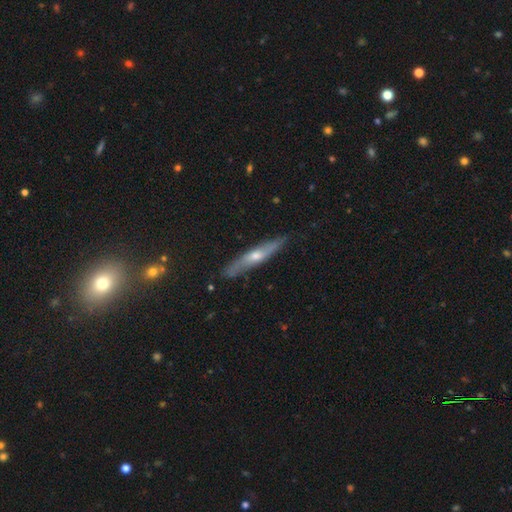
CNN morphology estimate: The model was most divided on "smooth or featured": featured or disk: 62%, smooth: 31%, star or artifact: 7%. More confident: edge-on disk — yes (86%); merging — none (86%); edge-on bulge — rounded (83%).